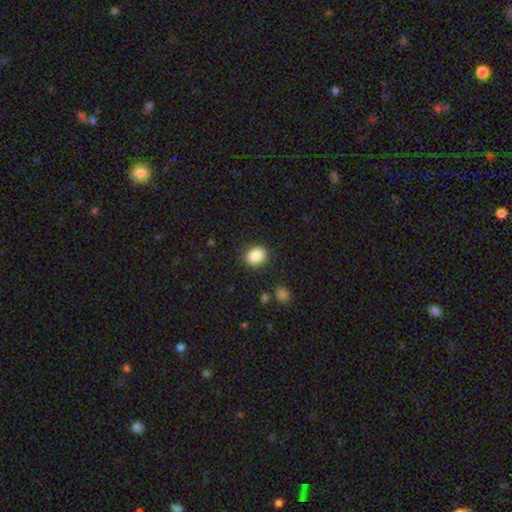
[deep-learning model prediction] A smooth galaxy with no disk features (88%) that is in between round and cigar-shaped (50%). Merging: none (87%).